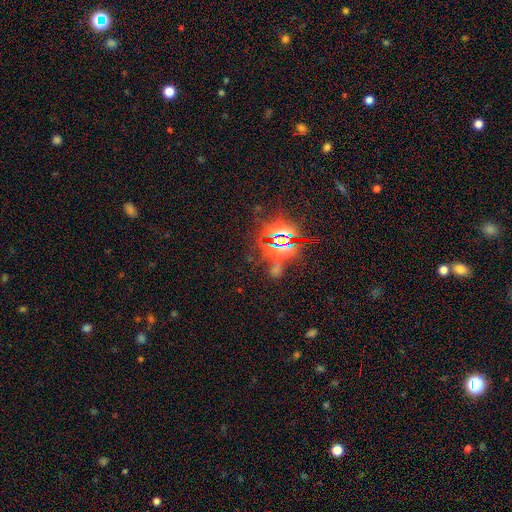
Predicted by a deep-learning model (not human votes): Q: Smooth or featured?
A: star or artifact (82%); runner-up: smooth (10%)